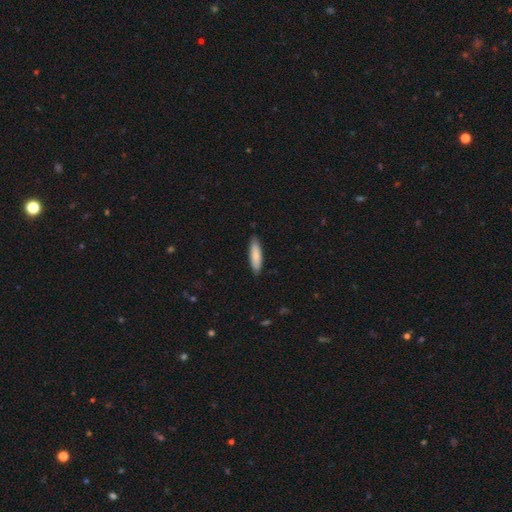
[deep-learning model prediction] Smooth or featured?
  - smooth: 82% *
  - featured or disk: 12%
  - star or artifact: 5%
How rounded?
  - cigar-shaped: 67% *
  - in between: 32%
  - round: 1%
Merging?
  - none: 86% *
  - minor disturbance: 11%
  - major disturbance: 2%
  - merger: 1%